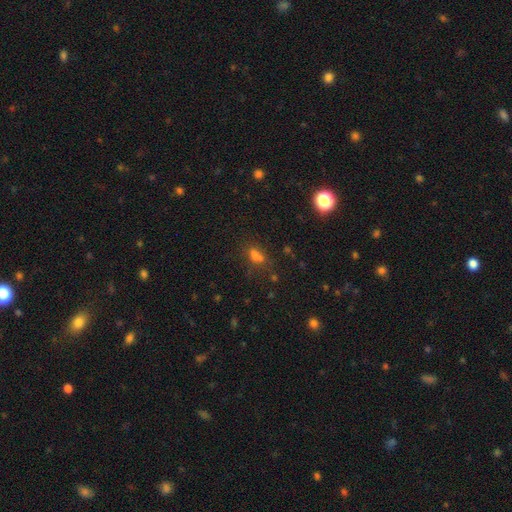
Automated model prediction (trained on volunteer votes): Q: Smooth or featured?
A: smooth (65%); runner-up: star or artifact (24%)
Q: How rounded?
A: in between (66%); runner-up: round (25%)
Q: Merging?
A: none (55%); runner-up: merger (19%)